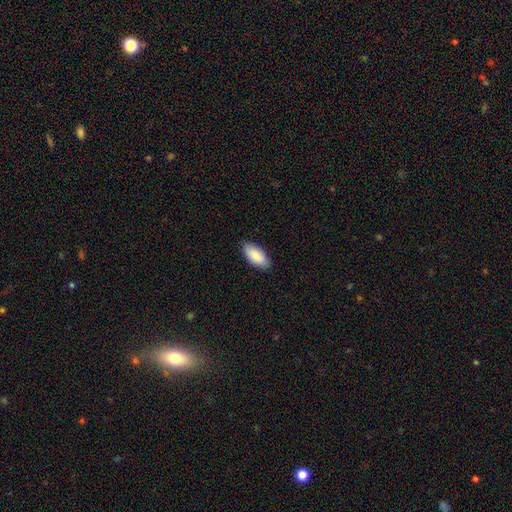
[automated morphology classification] Overall: smooth (87%). How rounded: in between (92%). Merging: none (87%).